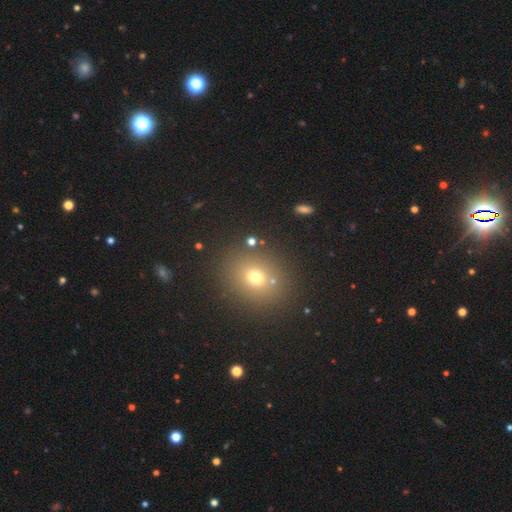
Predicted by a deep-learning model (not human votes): smooth 55%, star or artifact 36%, featured or disk 10%. Down the decision tree: how rounded — round (72%); merging — none (89%).